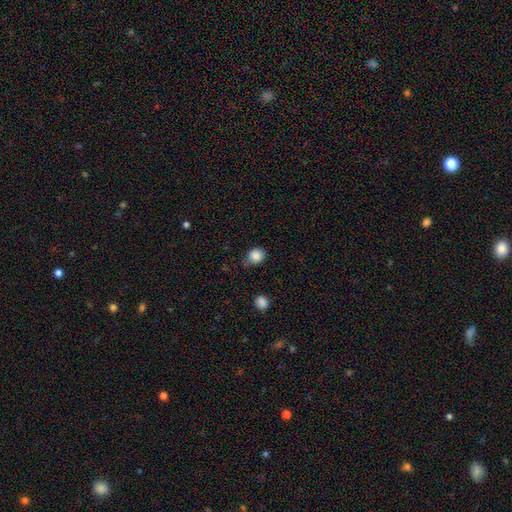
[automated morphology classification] Smooth or featured? Predicted: smooth (p=0.86). How rounded? Predicted: round (p=0.72). Merging? Predicted: none (p=0.66).